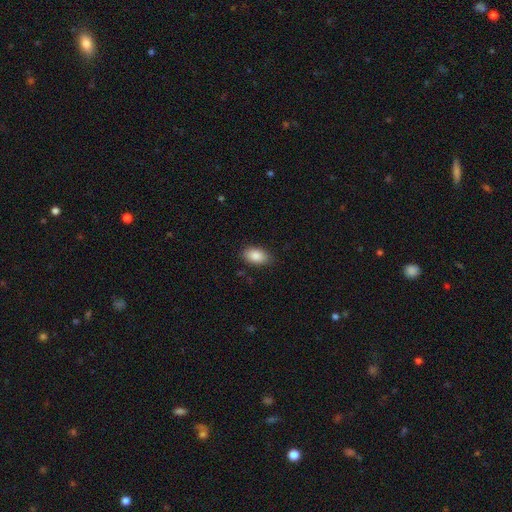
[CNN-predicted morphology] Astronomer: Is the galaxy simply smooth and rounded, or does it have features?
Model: smooth — 88%.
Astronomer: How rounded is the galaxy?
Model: in between — 93%.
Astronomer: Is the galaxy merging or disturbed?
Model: none — 85%.